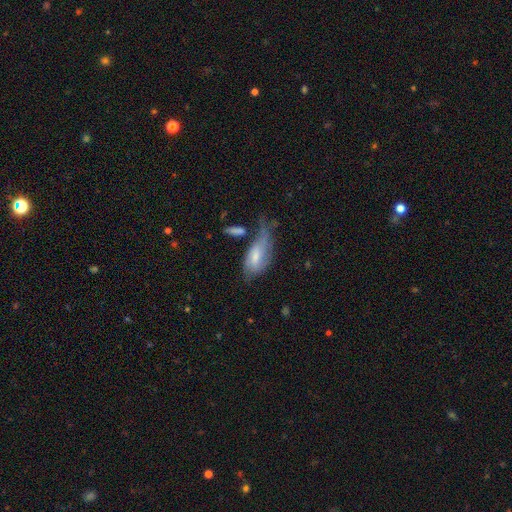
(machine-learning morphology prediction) A smooth galaxy with no disk features (49%). Merging: none (29%, tied with minor disturbance).